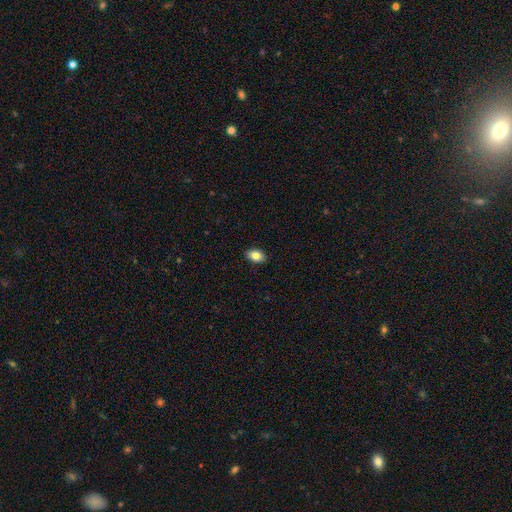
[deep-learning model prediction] This appears to be a smooth galaxy with no disk features (84%) that is in between round and cigar-shaped (87%). Merging: none (89%).